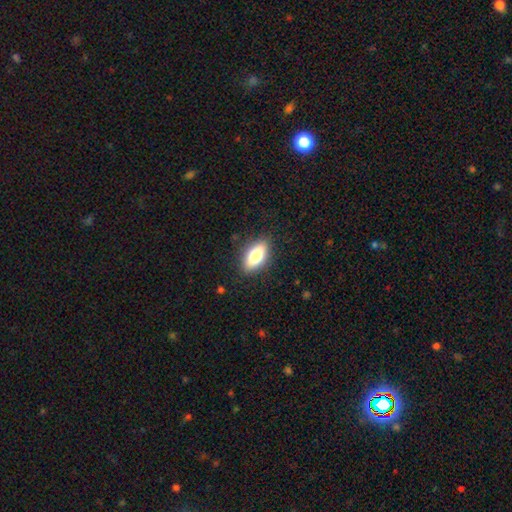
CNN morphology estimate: smooth_or_featured: smooth (p=0.77) [alt: featured or disk p=0.16]
how_rounded: in between (p=0.85) [alt: cigar-shaped p=0.11]
merging: none (p=0.86) [alt: minor disturbance p=0.10]